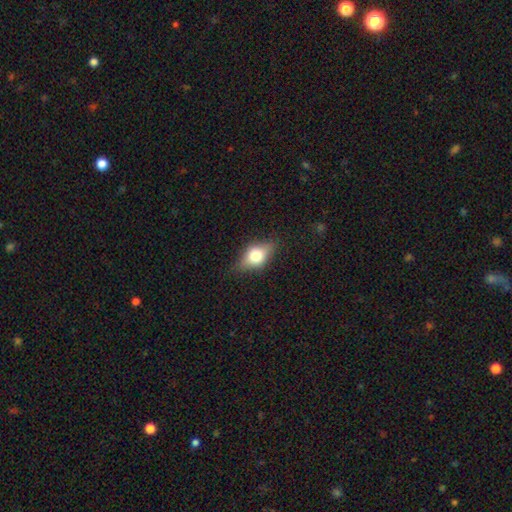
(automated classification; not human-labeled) The model was most divided on "smooth or featured": smooth: 62%, featured or disk: 28%, star or artifact: 10%. More confident: merging — none (75%); how rounded — in between (74%).